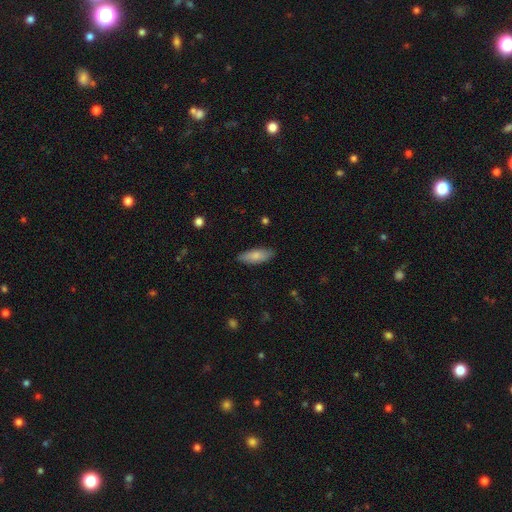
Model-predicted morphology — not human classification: A smooth galaxy with no disk features (79%) that is in between round and cigar-shaped (70%).

Vote fractions:
- Smooth or featured? smooth: 79% / featured or disk: 15% / star or artifact: 6%
- How rounded? in between: 70% / cigar-shaped: 28% / round: 2%
- Merging? none: 86% / minor disturbance: 11% / major disturbance: 2% / merger: 1%